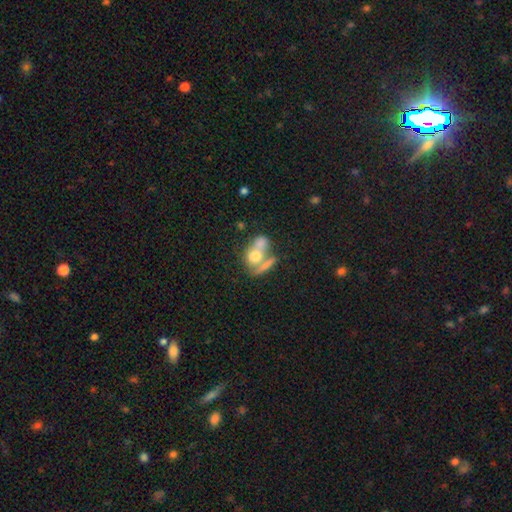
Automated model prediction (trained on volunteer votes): Smooth or featured? smooth (62%)
How rounded? in between (60%)
Merging? merger (59%)